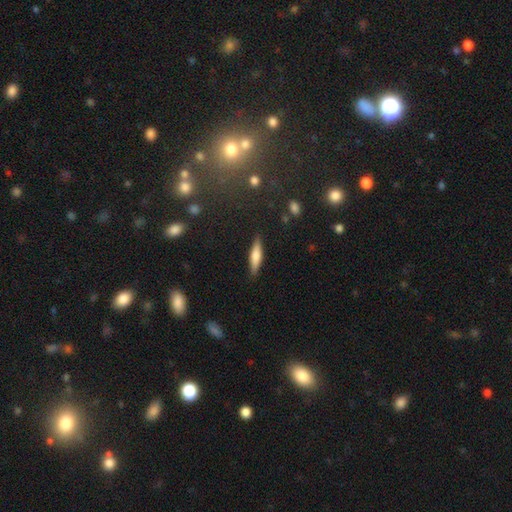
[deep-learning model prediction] Smooth or featured: smooth — 63% (featured or disk — 31%)
How rounded: cigar-shaped — 74% (in between — 24%)
Merging: none — 87% (minor disturbance — 10%)